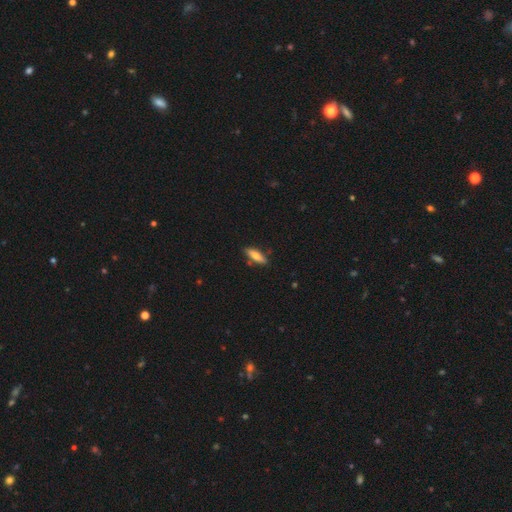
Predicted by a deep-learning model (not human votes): The model was most divided on "how rounded": cigar-shaped: 56%, in between: 42%, round: 2%. More confident: merging — none (82%); smooth or featured — smooth (68%).